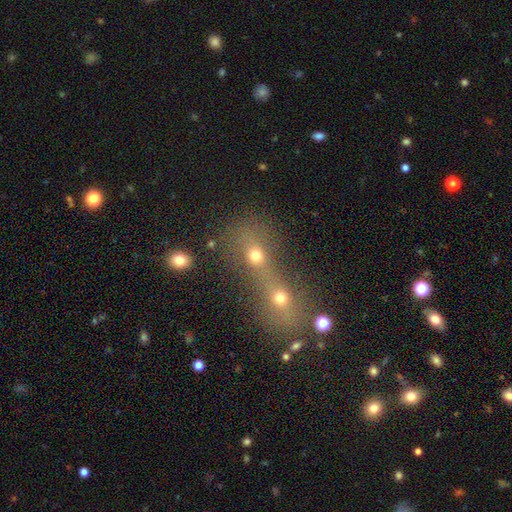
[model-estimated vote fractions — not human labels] A smooth galaxy with no disk features (64%) that is round (61%). Merging: merger (68%).